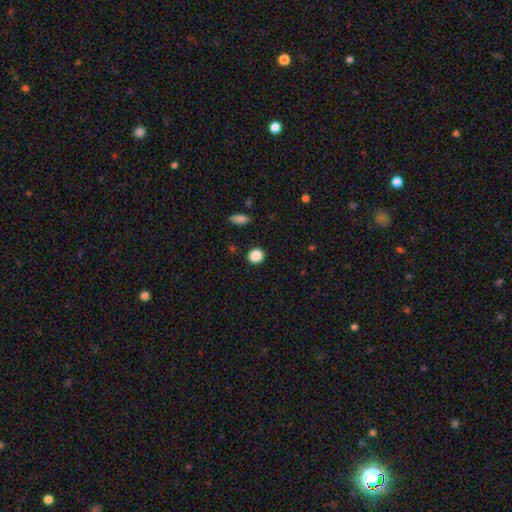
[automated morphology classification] Smooth or featured? Predicted: smooth (p=0.88). How rounded? Predicted: round (p=0.86). Merging? Predicted: none (p=0.91).